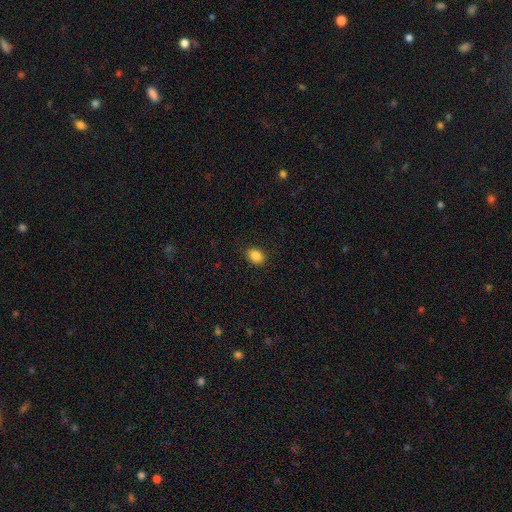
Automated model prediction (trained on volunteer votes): smooth-or-featured: smooth: 86% | star or artifact: 10% | featured or disk: 4%
  how-rounded: in between: 59% | round: 40% | cigar-shaped: 1%
  merging: none: 88% | minor disturbance: 9% | major disturbance: 2% | merger: 1%